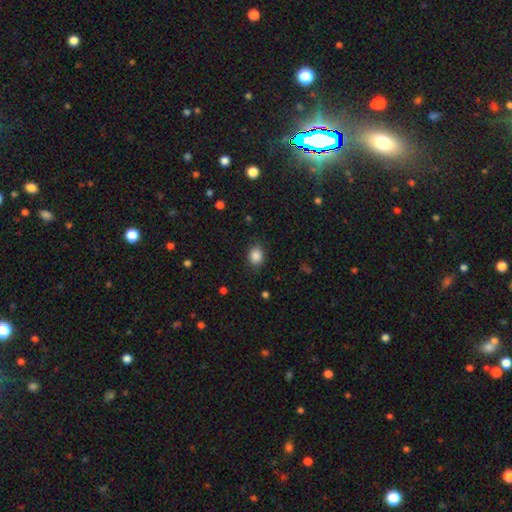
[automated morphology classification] Overall: smooth (86%). How rounded: in between (55%; round 44%). Merging: none (81%).